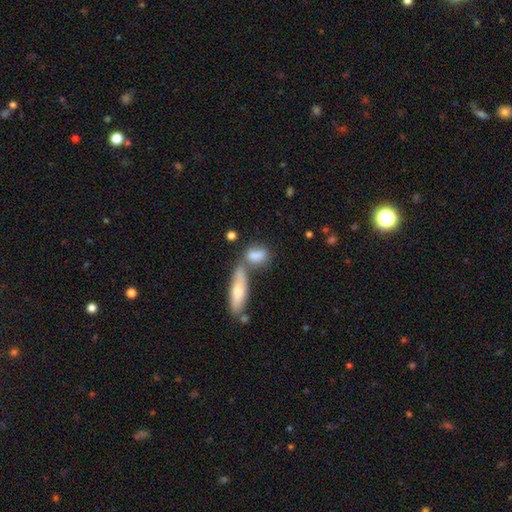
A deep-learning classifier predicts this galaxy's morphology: Smooth or featured? Predicted: smooth (p=0.78). How rounded? Predicted: in between (p=0.68). Merging? Predicted: none (p=0.40).